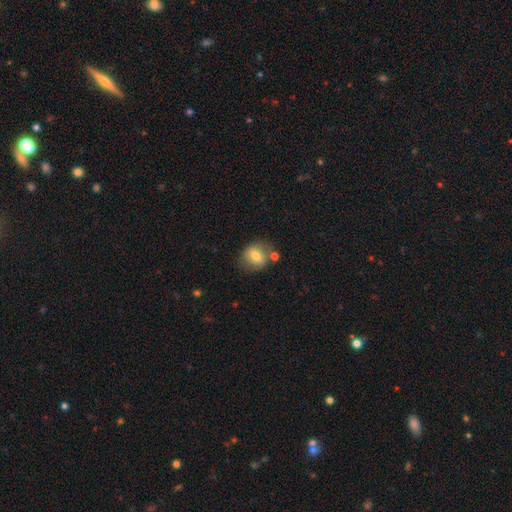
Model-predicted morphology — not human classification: Q: Smooth or featured?
A: smooth (67%); runner-up: featured or disk (24%)
Q: How rounded?
A: round (68%); runner-up: in between (31%)
Q: Merging?
A: none (64%); runner-up: minor disturbance (17%)